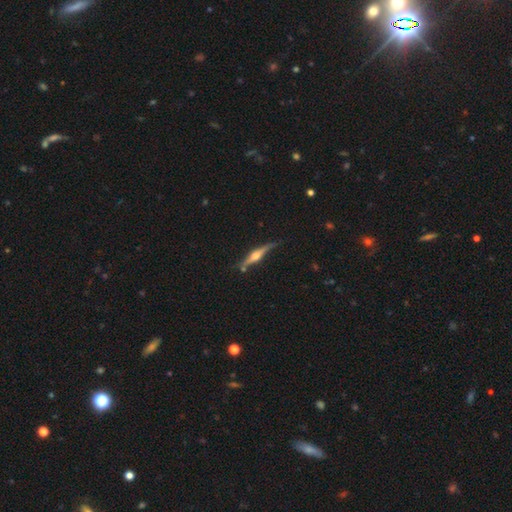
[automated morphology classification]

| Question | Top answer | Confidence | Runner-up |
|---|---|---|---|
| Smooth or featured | featured or disk | 76% | smooth (18%) |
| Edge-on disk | yes | 97% | no (3%) |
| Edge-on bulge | rounded | 93% | boxy (4%) |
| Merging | none | 74% | minor disturbance (17%) |